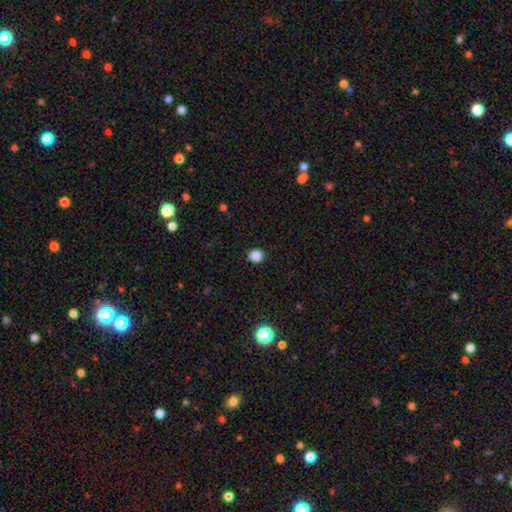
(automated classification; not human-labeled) Overall: smooth (86%). How rounded: round (85%). Merging: none (92%).